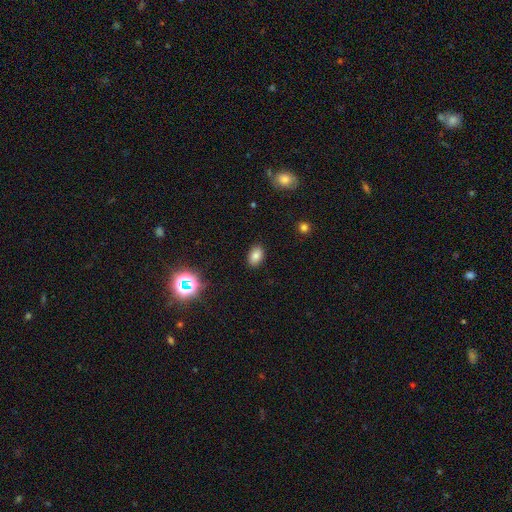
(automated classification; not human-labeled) Morphology: type=smooth (79%); roundness=in between (85%); merging=none (87%).